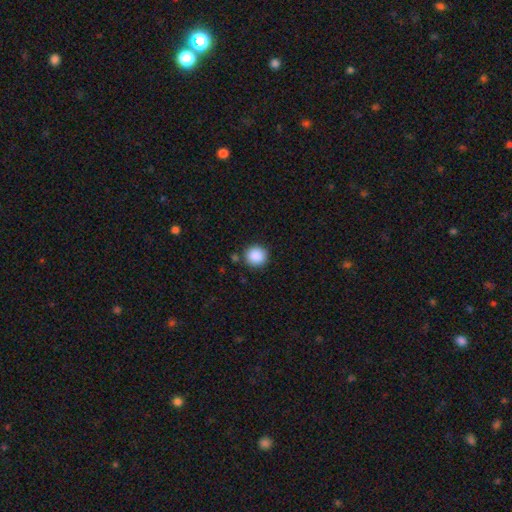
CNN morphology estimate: smooth_or_featured: smooth (p=0.89) [alt: star or artifact p=0.09]
how_rounded: round (p=0.92) [alt: in between p=0.07]
merging: none (p=0.86) [alt: minor disturbance p=0.08]